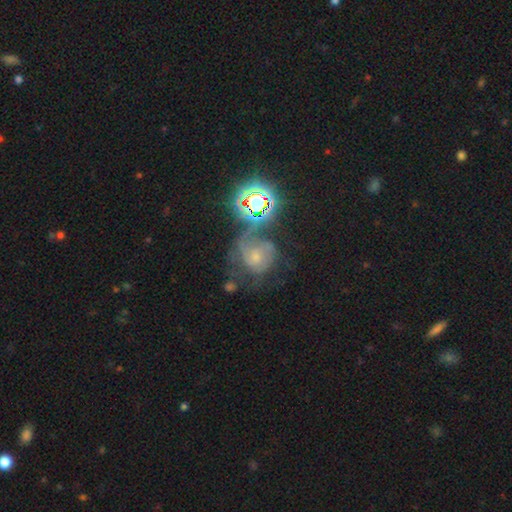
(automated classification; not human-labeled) Smooth or featured?
  - featured or disk: 47% *
  - smooth: 27%
  - star or artifact: 25%
Merging?
  - none: 37% *
  - major disturbance: 29%
  - minor disturbance: 19%
  - merger: 15%